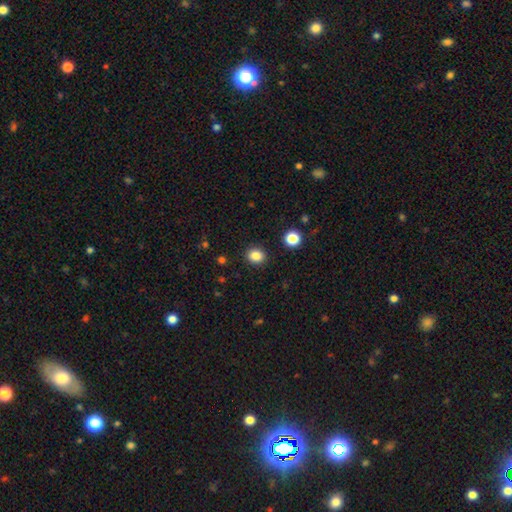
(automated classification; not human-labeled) smooth_or_featured: smooth (p=0.85) [alt: star or artifact p=0.11]
how_rounded: round (p=0.74) [alt: in between p=0.25]
merging: none (p=0.90) [alt: minor disturbance p=0.06]